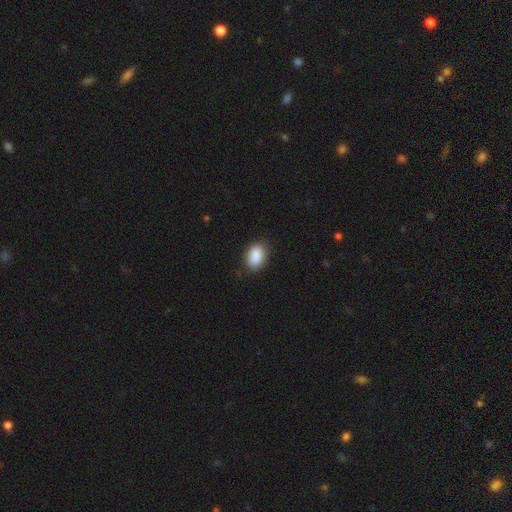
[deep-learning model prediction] smooth_or_featured: smooth (p=0.89) [alt: star or artifact p=0.07]
how_rounded: in between (p=0.86) [alt: round p=0.13]
merging: none (p=0.84) [alt: minor disturbance p=0.12]